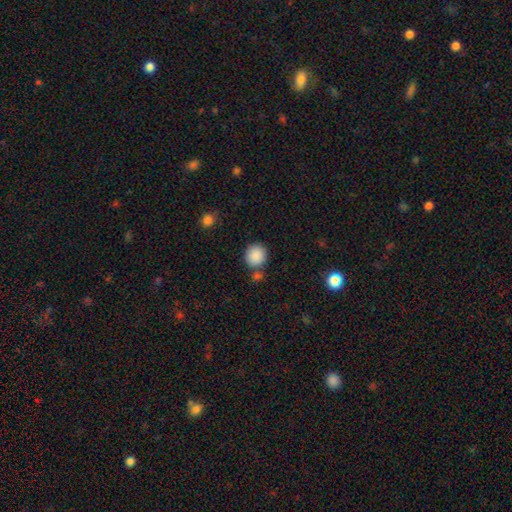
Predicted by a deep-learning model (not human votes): Morphology: type=smooth (89%); roundness=round (86%); merging=none (76%).